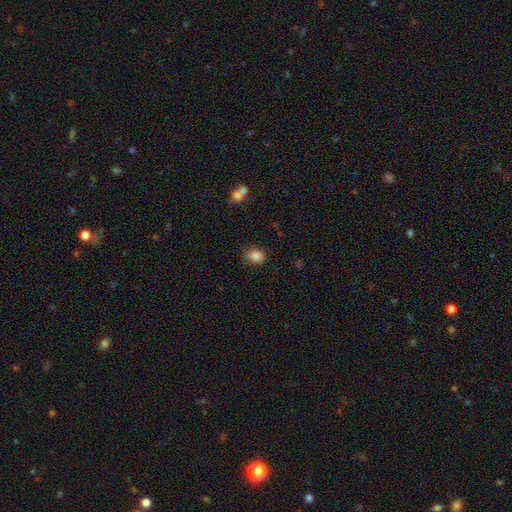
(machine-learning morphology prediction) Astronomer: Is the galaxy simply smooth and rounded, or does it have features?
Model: smooth — 84%.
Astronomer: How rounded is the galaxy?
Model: in between — 56% (runner-up: round, 43%).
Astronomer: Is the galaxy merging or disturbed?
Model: none — 74%.